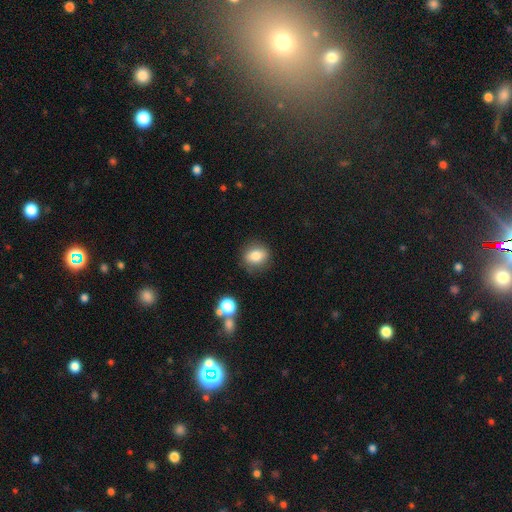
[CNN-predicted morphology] smooth 80%, star or artifact 10%, featured or disk 10%. Down the decision tree: how rounded — round (56%); merging — none (83%).